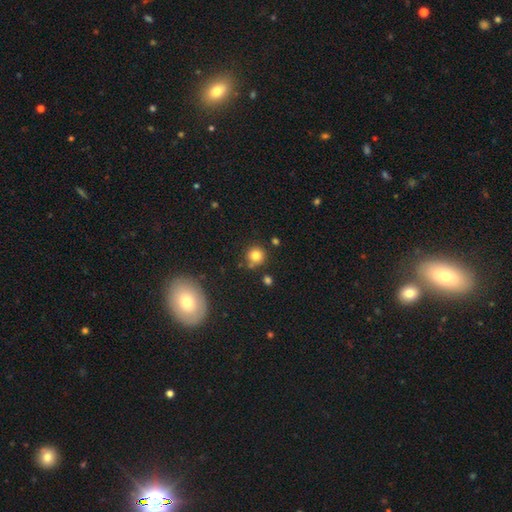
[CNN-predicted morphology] The model was most divided on "merging": none: 78%, minor disturbance: 12%, merger: 7%, major disturbance: 3%. More confident: how rounded — round (91%); smooth or featured — smooth (80%).